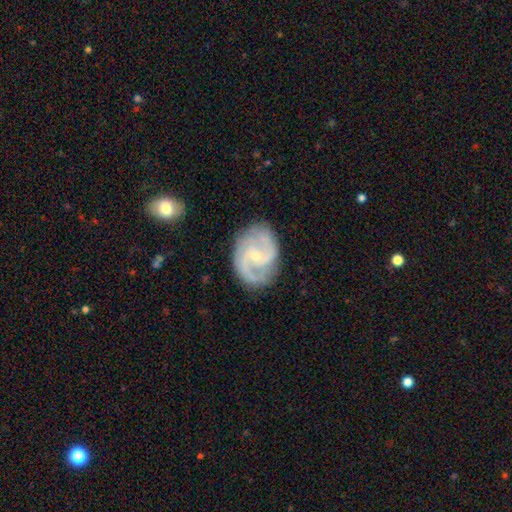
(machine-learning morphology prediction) The model was most divided on "bar": no: 54%, weak: 39%, strong: 7%. More confident: edge-on disk — no (98%); spiral arms — yes (97%); smooth or featured — featured or disk (88%); merging — none (79%); bulge size — small (76%); spiral arm count — 2 (71%); spiral winding — medium (52%).